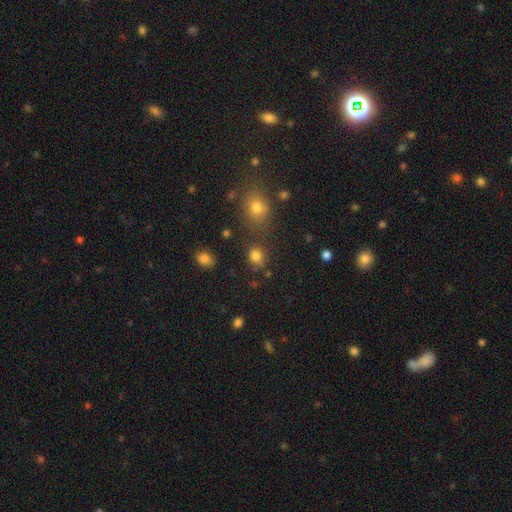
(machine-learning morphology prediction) Smooth or featured: smooth — 81% (star or artifact — 14%)
How rounded: round — 76% (in between — 23%)
Merging: none — 73% (minor disturbance — 12%)